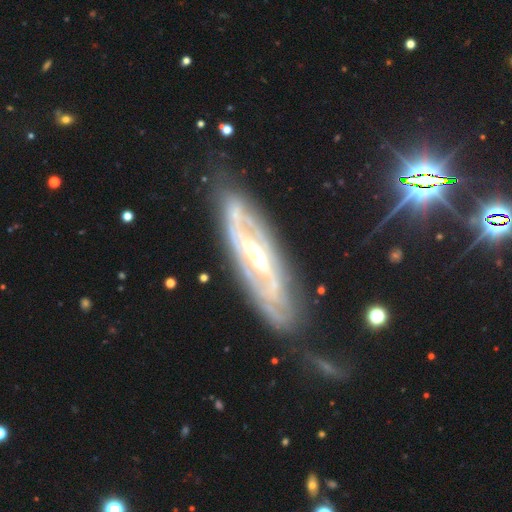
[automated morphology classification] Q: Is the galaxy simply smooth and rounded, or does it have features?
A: featured or disk — 86%.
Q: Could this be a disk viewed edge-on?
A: no — 80%.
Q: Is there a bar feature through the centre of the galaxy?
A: strong — 44%.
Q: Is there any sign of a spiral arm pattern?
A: yes — 91%.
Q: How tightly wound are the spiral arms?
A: tight — 54%.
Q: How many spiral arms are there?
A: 2 — 59%.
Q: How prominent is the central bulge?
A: moderate — 58%.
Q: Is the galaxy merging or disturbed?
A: none — 75%.